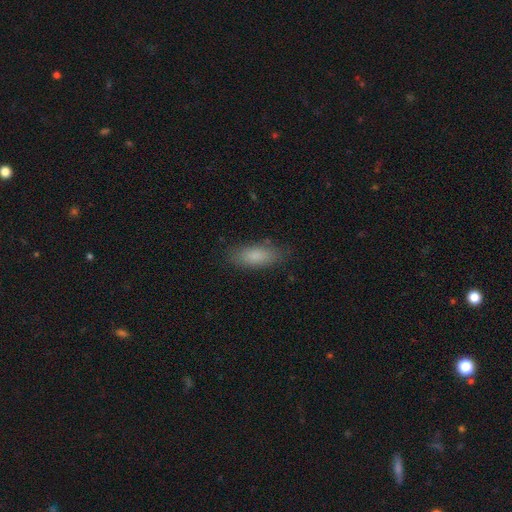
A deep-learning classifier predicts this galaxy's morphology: The model was most divided on "how rounded": in between: 77%, cigar-shaped: 21%, round: 2%. More confident: smooth or featured — smooth (84%); merging — none (83%).